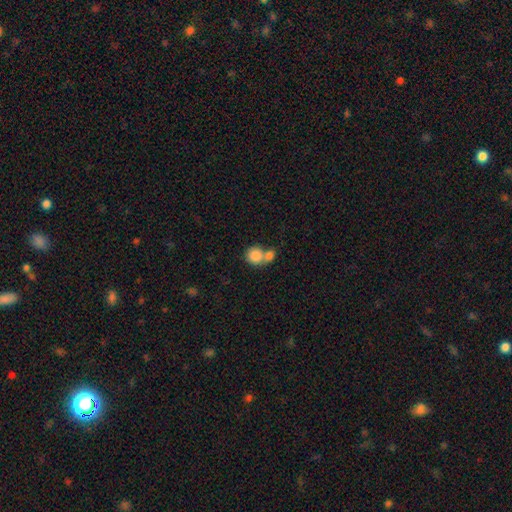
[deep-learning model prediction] Smooth or featured?
  - smooth: 84% *
  - featured or disk: 8%
  - star or artifact: 8%
How rounded?
  - round: 86% *
  - in between: 13%
  - cigar-shaped: 1%
Merging?
  - merger: 55% *
  - none: 35%
  - minor disturbance: 7%
  - major disturbance: 3%